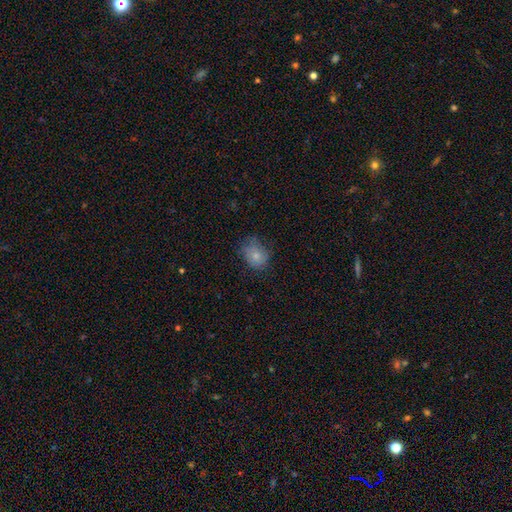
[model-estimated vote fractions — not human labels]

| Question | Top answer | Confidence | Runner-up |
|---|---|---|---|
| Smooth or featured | smooth | 77% | featured or disk (14%) |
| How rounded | round | 50% | in between (49%) |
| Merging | none | 57% | minor disturbance (31%) |